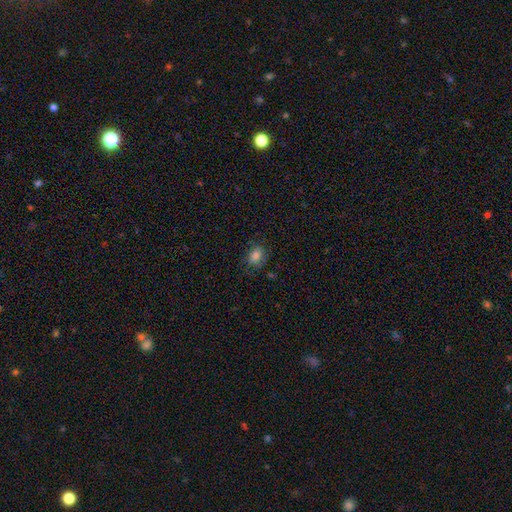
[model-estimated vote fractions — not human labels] A smooth galaxy with no disk features (80%) that is in between round and cigar-shaped (69%). Merging: none (74%).